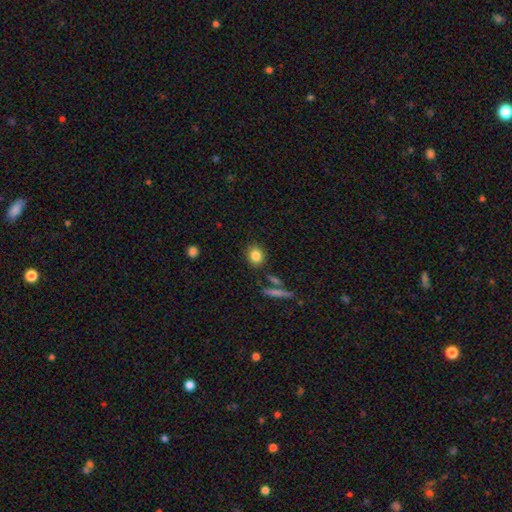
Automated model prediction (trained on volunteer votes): Smooth or featured: smooth — 83% (star or artifact — 10%)
How rounded: round — 71% (in between — 27%)
Merging: none — 84% (minor disturbance — 9%)